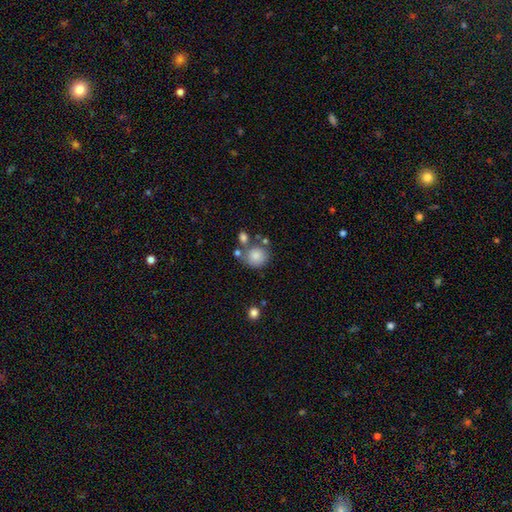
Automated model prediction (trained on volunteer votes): This appears to be a smooth galaxy with no disk features (83%) that is round (82%). Merging: none (63%).